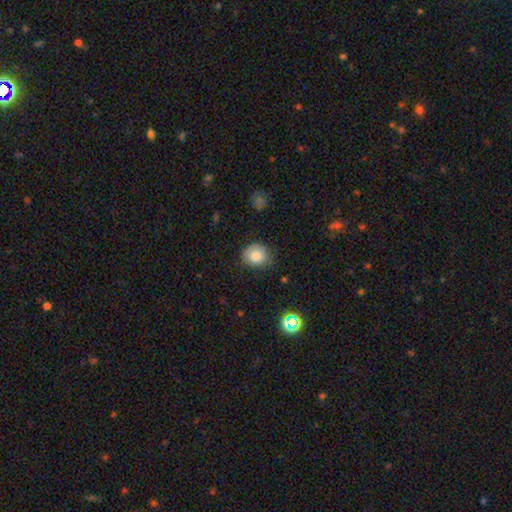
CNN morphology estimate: Smooth or featured? Predicted: smooth (p=0.81). How rounded? Predicted: round (p=0.71). Merging? Predicted: none (p=0.75).